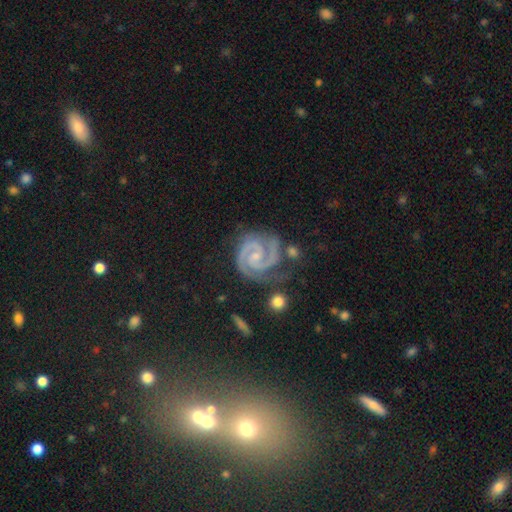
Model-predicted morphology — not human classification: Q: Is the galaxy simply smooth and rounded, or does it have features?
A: featured or disk — 92%.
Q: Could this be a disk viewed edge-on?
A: no — 98%.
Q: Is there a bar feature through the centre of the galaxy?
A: no — 49%.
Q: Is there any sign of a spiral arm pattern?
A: yes — 99%.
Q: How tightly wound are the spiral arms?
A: tight — 62%.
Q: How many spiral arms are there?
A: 2 — 88%.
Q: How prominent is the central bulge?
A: small — 67%.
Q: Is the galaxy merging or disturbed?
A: none — 71%.